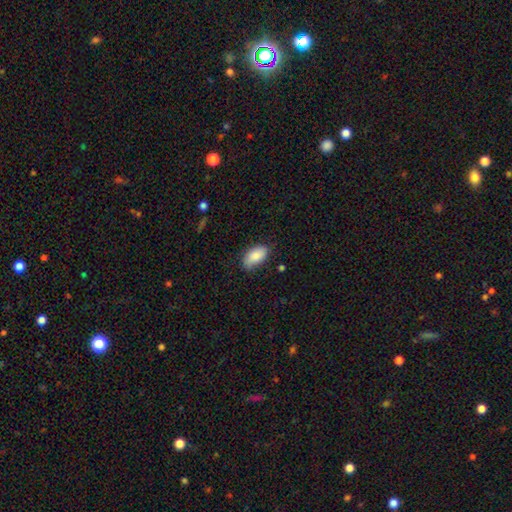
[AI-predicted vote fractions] Smooth or featured? Predicted: smooth (p=0.85). How rounded? Predicted: in between (p=0.94). Merging? Predicted: none (p=0.70).